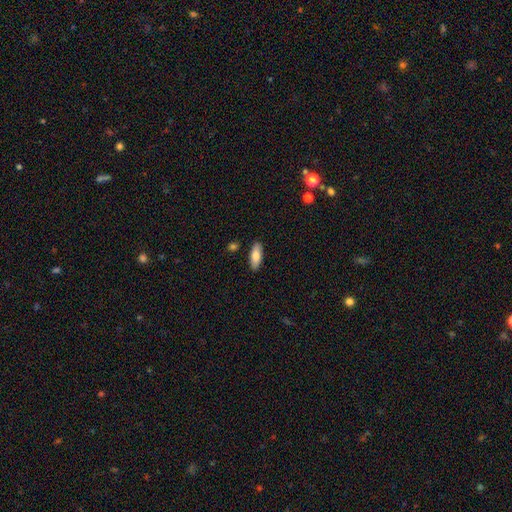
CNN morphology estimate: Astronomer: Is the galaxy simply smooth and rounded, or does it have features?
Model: smooth — 79%.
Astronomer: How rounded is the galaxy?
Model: in between — 75%.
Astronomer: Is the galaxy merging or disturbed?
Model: none — 88%.